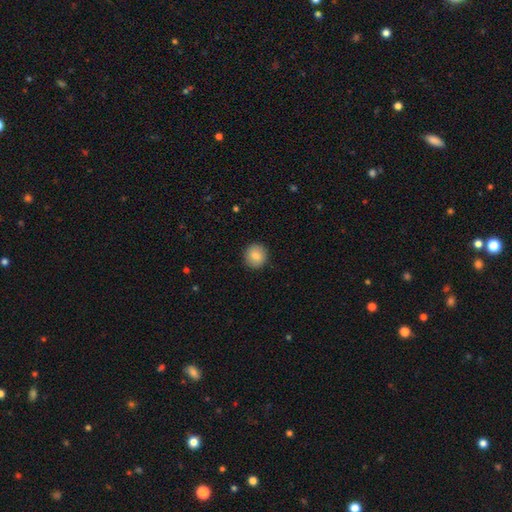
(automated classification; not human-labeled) Q: Smooth or featured?
A: smooth (86%); runner-up: star or artifact (8%)
Q: How rounded?
A: round (90%); runner-up: in between (9%)
Q: Merging?
A: none (91%); runner-up: minor disturbance (6%)